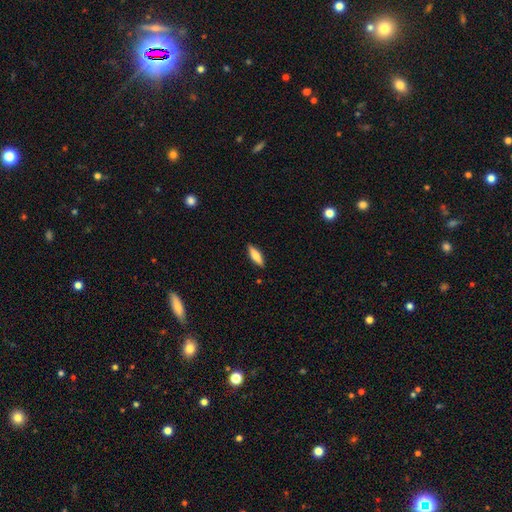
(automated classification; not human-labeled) Smooth or featured? Predicted: smooth (p=0.74). How rounded? Predicted: cigar-shaped (p=0.53). Merging? Predicted: none (p=0.88).